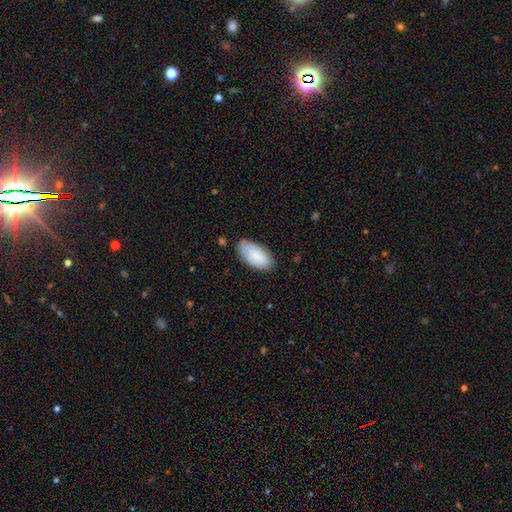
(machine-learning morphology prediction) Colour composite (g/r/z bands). It shows a smooth galaxy with no disk features (86%) that is in between round and cigar-shaped (94%). Merging: none (78%).